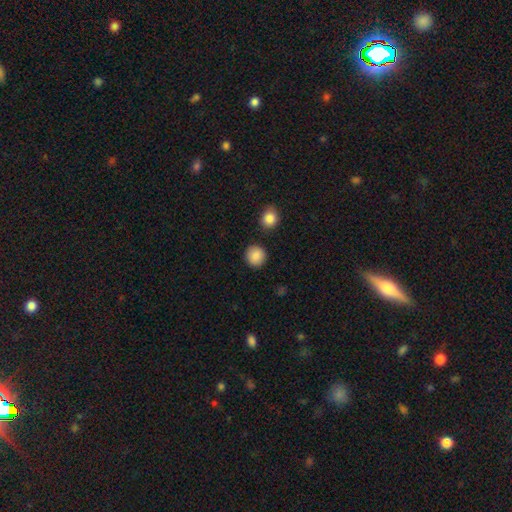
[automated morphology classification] Smooth or featured? Predicted: smooth (p=0.88). How rounded? Predicted: round (p=0.90). Merging? Predicted: none (p=0.88).